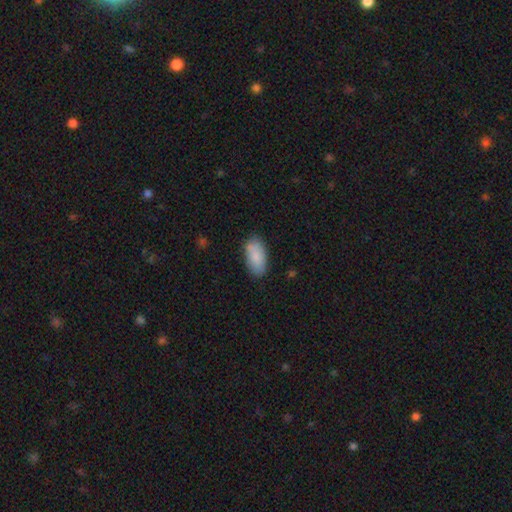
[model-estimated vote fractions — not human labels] Smooth or featured? Predicted: smooth (p=0.86). How rounded? Predicted: in between (p=0.91). Merging? Predicted: none (p=0.81).